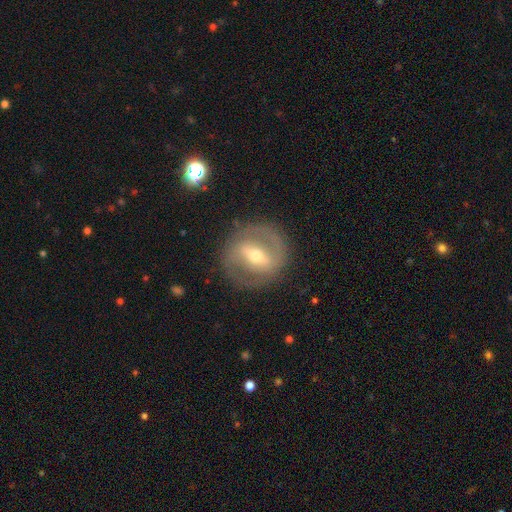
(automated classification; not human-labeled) This is likely a featured or disk galaxy (74%). It is clearly not viewed edge-on (93%). Bar: possibly strong (54%). Spiral arm pattern: possibly yes (57%). Central bulge: possibly moderate (57%). Merging: clearly none (82%).